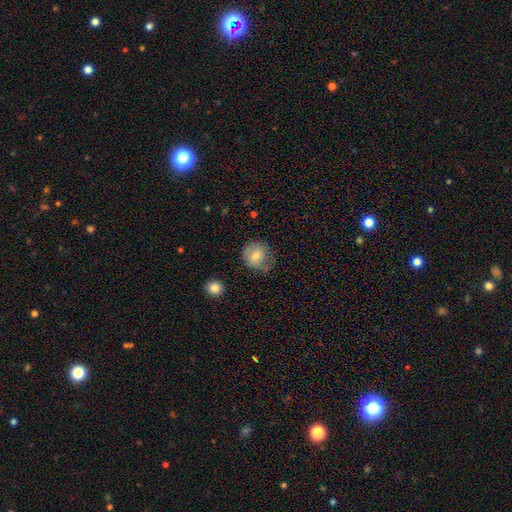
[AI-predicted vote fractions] A smooth galaxy with no disk features (75%) that is round (86%). Merging: none (65%).